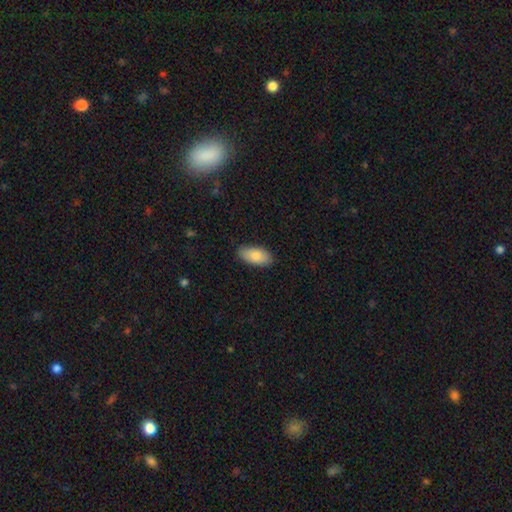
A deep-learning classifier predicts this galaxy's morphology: smooth 82%, featured or disk 12%, star or artifact 6%. Down the decision tree: how rounded — in between (92%); merging — none (86%).